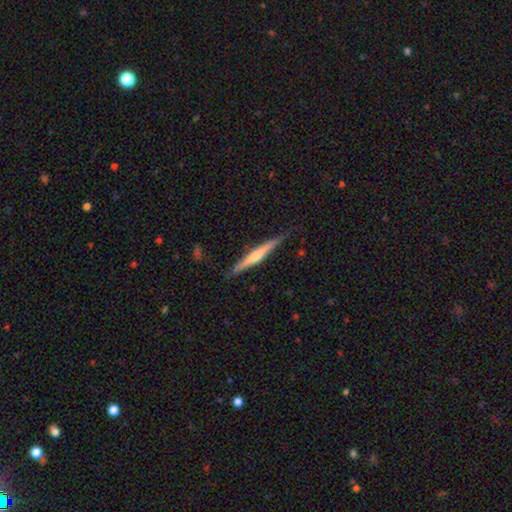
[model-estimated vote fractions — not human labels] This appears to be a featured or disk galaxy (65%) viewed edge-on (98%) with a rounded central bulge (72%). Merging: none (86%).